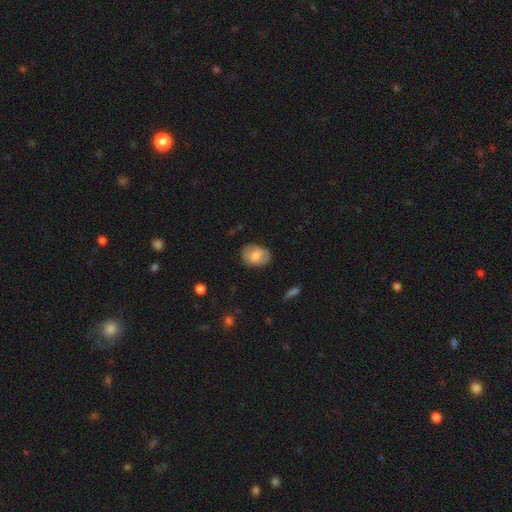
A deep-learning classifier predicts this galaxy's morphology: Overall: smooth (69%). How rounded: in between (69%; round 30%). Merging: none (76%).